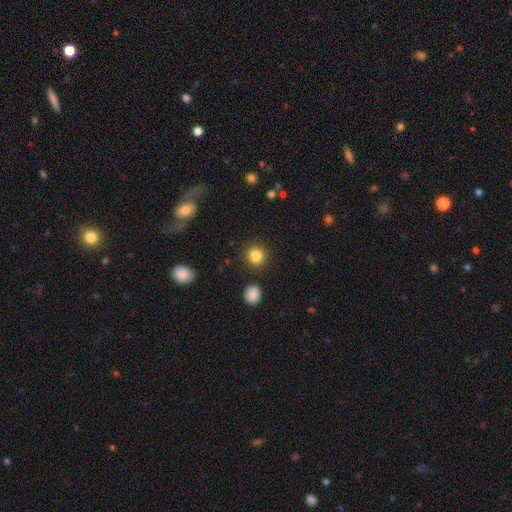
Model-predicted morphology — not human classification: The model was most divided on "smooth or featured": smooth: 85%, star or artifact: 10%, featured or disk: 5%. More confident: how rounded — round (91%); merging — none (89%).